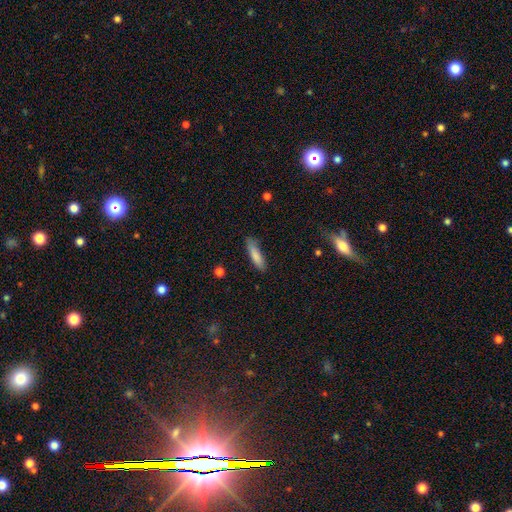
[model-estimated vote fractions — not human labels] Smooth or featured? smooth (83%)
How rounded? cigar-shaped (73%)
Merging? none (81%)